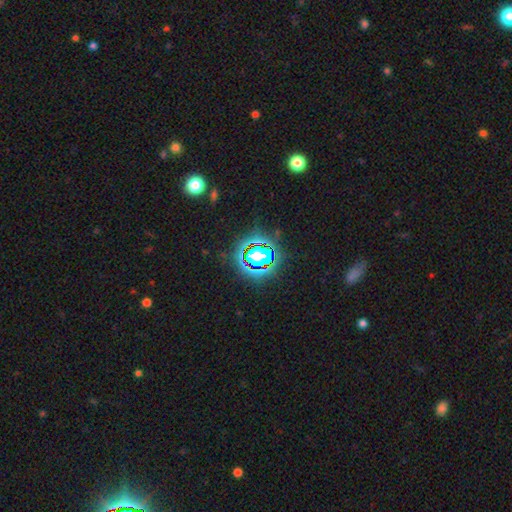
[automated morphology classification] Overall: star or artifact (81%).